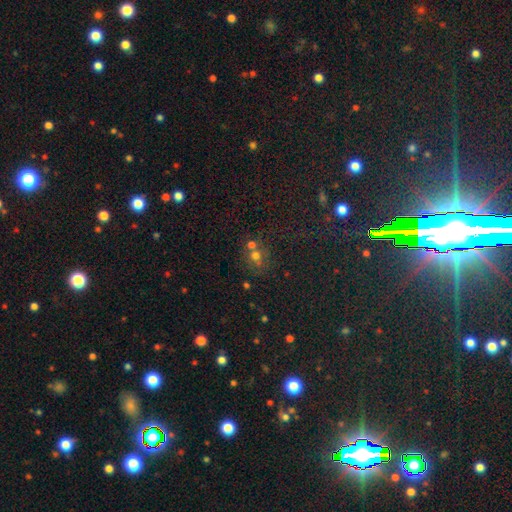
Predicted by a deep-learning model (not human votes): This appears to be a smooth galaxy with no disk features (60%) that is round (81%). Merging: none (50%).